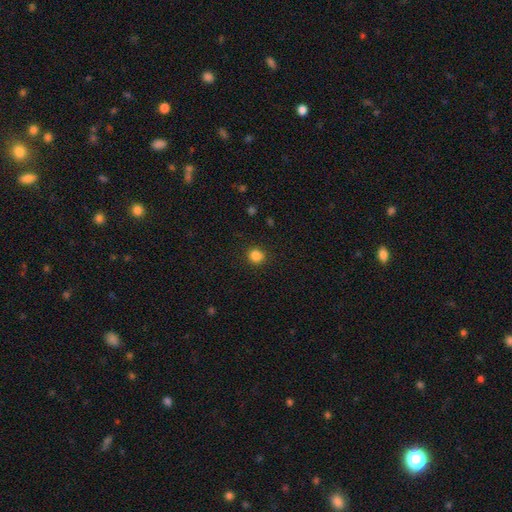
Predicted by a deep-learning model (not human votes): smooth_or_featured: smooth (p=0.84) [alt: star or artifact p=0.12]
how_rounded: round (p=0.87) [alt: in between p=0.12]
merging: none (p=0.90) [alt: minor disturbance p=0.07]